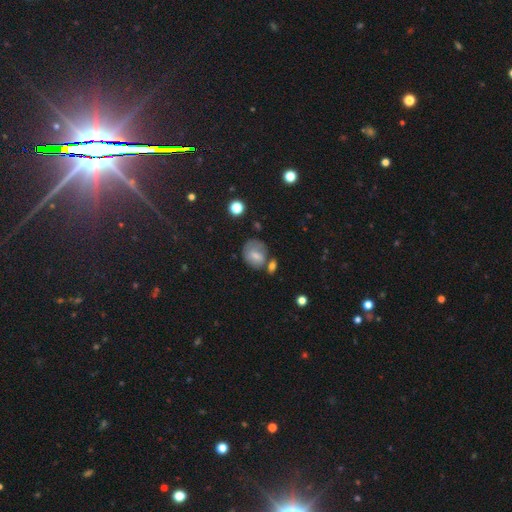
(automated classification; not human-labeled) This is likely a smooth galaxy (68%). How rounded: possibly in between (51%). Merging: possibly none (49%).